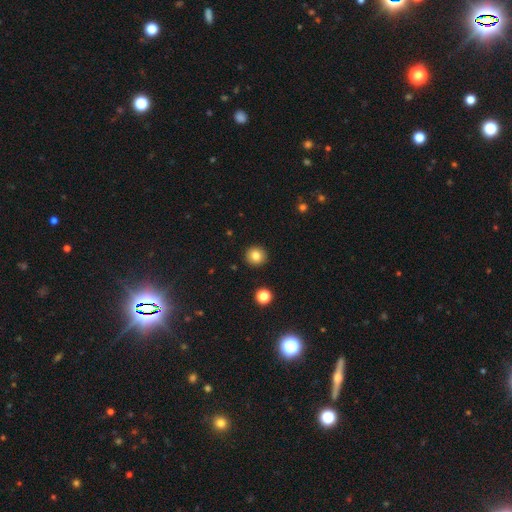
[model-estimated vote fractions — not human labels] smooth_or_featured: smooth (p=0.83) [alt: star or artifact p=0.11]
how_rounded: round (p=0.94) [alt: in between p=0.05]
merging: none (p=0.92) [alt: minor disturbance p=0.05]